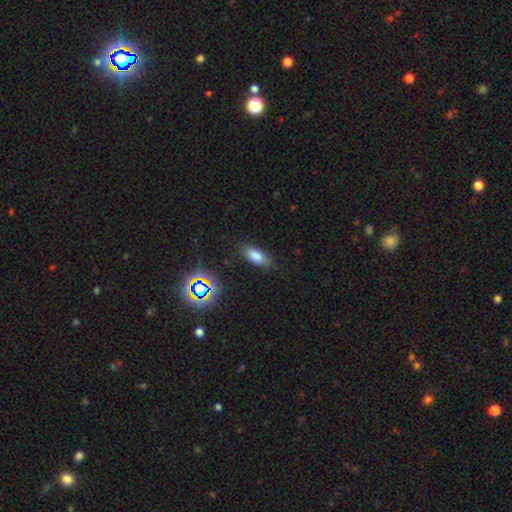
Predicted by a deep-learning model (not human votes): Smooth or featured? smooth (80%)
How rounded? in between (82%)
Merging? none (81%)